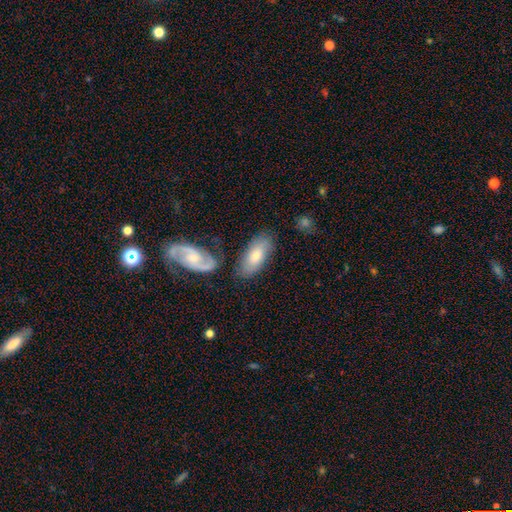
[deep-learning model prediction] Smooth or featured? Predicted: smooth (p=0.68). How rounded? Predicted: in between (p=0.86). Merging? Predicted: none (p=0.70).